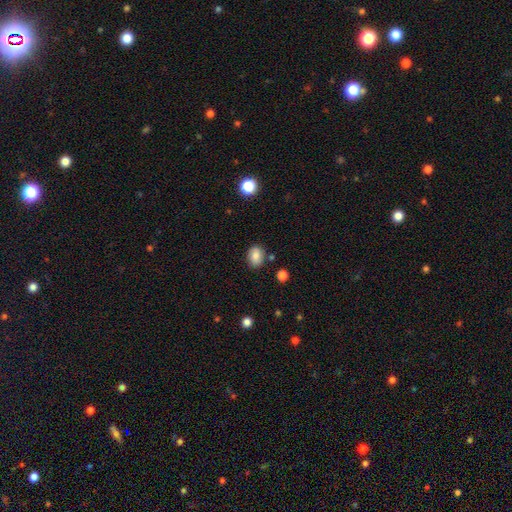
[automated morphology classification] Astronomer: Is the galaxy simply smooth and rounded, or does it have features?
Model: smooth — 84%.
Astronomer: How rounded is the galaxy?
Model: in between — 63%.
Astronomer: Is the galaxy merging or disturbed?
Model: none — 83%.